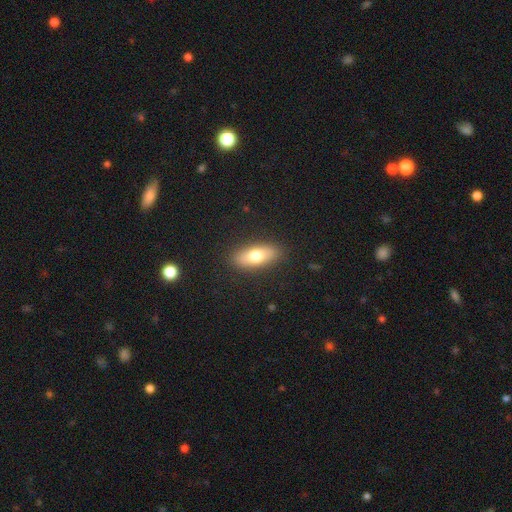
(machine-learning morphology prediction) smooth 72%, featured or disk 21%, star or artifact 7%. Down the decision tree: how rounded — in between (76%); merging — none (87%).